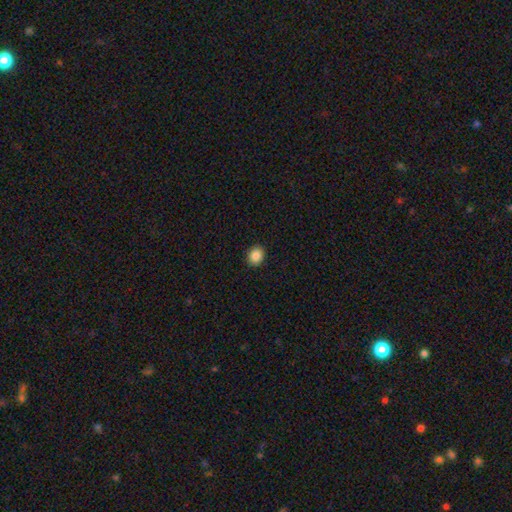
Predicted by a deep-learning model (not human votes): The model was most divided on "how rounded": round: 57%, in between: 42%, cigar-shaped: 1%. More confident: merging — none (91%); smooth or featured — smooth (87%).